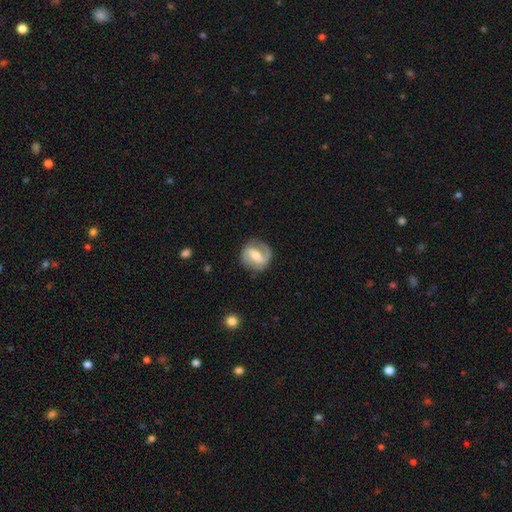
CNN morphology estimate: type=featured or disk (79%); edge-on=no (97%); bar=weak (42%); spiral arms=yes (91%); winding=medium (47%); arm count=2 (80%); bulge=moderate (60%); merging=none (79%).